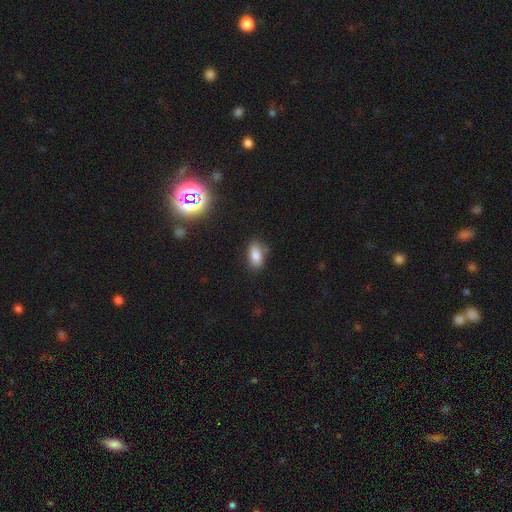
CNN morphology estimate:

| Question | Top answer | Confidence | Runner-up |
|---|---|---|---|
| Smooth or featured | smooth | 81% | star or artifact (11%) |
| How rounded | in between | 89% | round (7%) |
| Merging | none | 76% | minor disturbance (17%) |